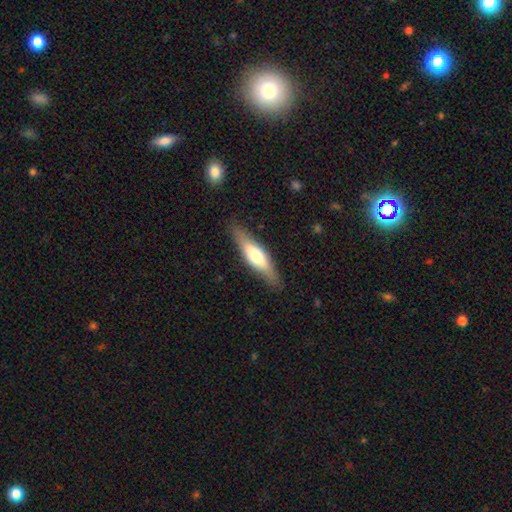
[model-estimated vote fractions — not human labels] Smooth or featured?
  - smooth: 53% *
  - featured or disk: 42%
  - star or artifact: 6%
How rounded?
  - cigar-shaped: 66% *
  - in between: 32%
  - round: 2%
Merging?
  - none: 85% *
  - minor disturbance: 11%
  - major disturbance: 3%
  - merger: 1%